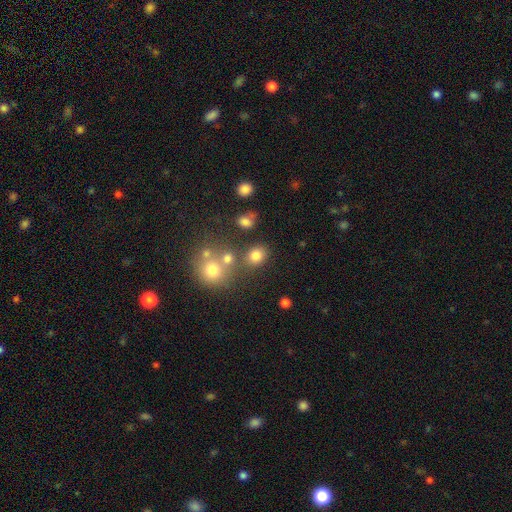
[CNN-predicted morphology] type=smooth (78%); roundness=round (62%); merging=none (69%).